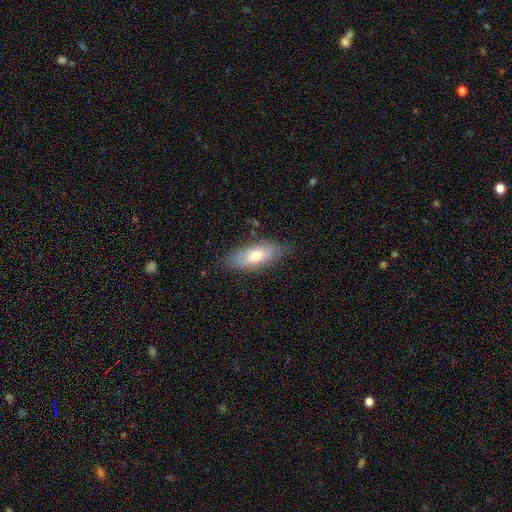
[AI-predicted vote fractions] This is likely a smooth galaxy (66%). How rounded: likely in between (80%). Merging: likely none (75%).